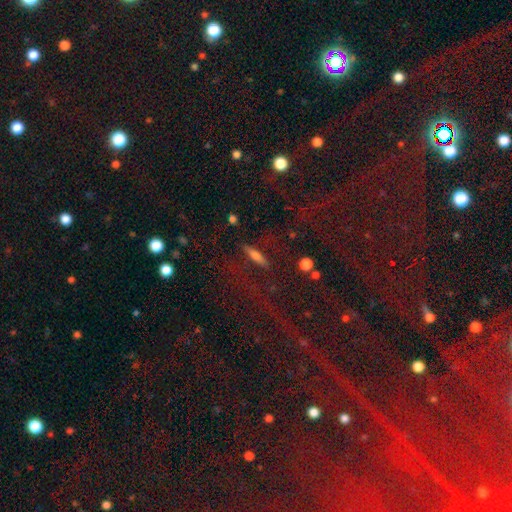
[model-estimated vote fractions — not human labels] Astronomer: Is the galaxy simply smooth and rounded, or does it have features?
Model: smooth — 51% (runner-up: featured or disk, 37%).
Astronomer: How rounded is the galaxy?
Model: cigar-shaped — 73%.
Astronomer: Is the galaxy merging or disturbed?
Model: none — 81%.